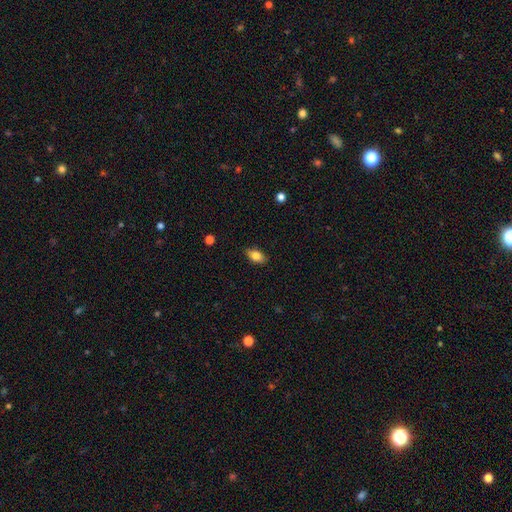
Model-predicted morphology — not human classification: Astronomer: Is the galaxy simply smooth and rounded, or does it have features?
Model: smooth — 80%.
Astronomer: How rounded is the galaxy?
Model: in between — 87%.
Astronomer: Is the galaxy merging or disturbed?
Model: none — 85%.